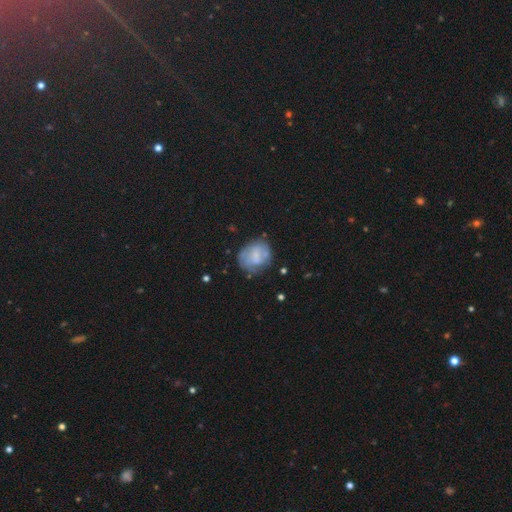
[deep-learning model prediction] smooth_or_featured: smooth (p=0.47) [alt: featured or disk p=0.44]
merging: none (p=0.60) [alt: minor disturbance p=0.23]